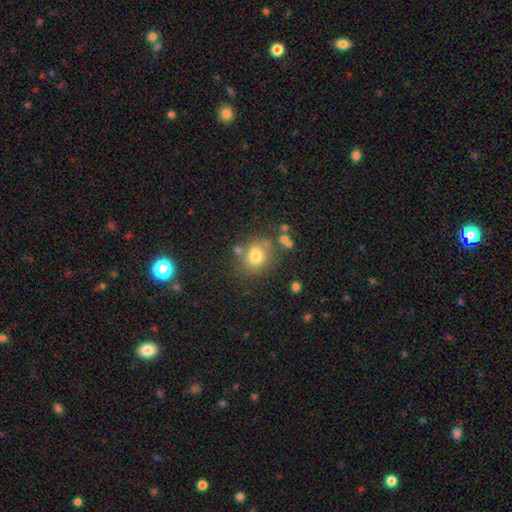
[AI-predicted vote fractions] This is likely a smooth galaxy (76%). How rounded: likely round (72%). Merging: likely none (69%).